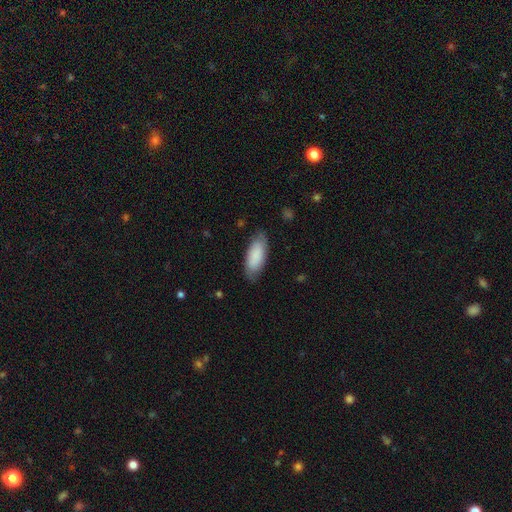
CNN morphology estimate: Smooth or featured? smooth (84%)
How rounded? in between (78%)
Merging? none (79%)